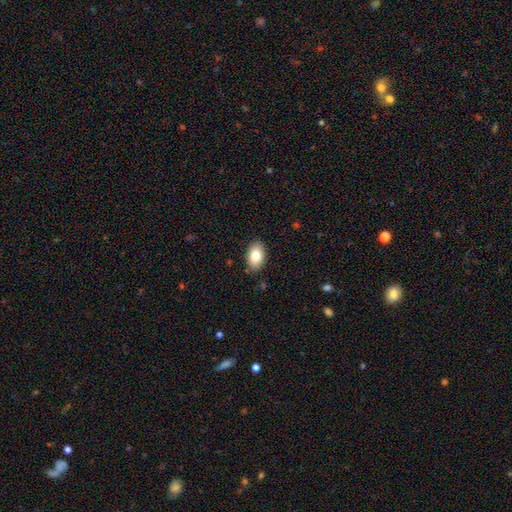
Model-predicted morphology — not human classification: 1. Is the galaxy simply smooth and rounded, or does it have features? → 81% smooth, 12% featured or disk, 7% star or artifact.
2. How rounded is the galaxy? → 91% in between, 8% round, 1% cigar-shaped.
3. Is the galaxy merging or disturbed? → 88% none, 9% minor disturbance, 2% major disturbance, 1% merger.